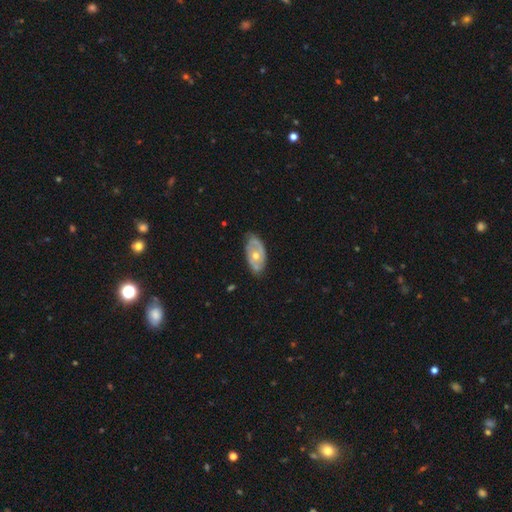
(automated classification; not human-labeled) smooth-or-featured: featured or disk: 68% | smooth: 25% | star or artifact: 6%
  disk-edge-on: no: 91% | yes: 9%
    bar: no: 80% | weak: 16% | strong: 4%
    has-spiral-arms: yes: 64% | no: 36%
    bulge-size: moderate: 63% | small: 33% | large: 2% | none: 1% | dominant: 1%
  merging: none: 73% | minor disturbance: 21% | major disturbance: 4% | merger: 1%